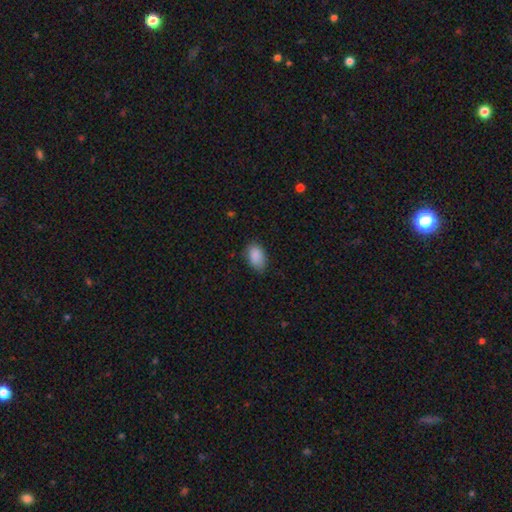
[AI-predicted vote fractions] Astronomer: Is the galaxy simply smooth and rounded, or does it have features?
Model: smooth — 89%.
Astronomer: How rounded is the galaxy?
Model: in between — 90%.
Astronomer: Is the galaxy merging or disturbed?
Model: none — 75%.